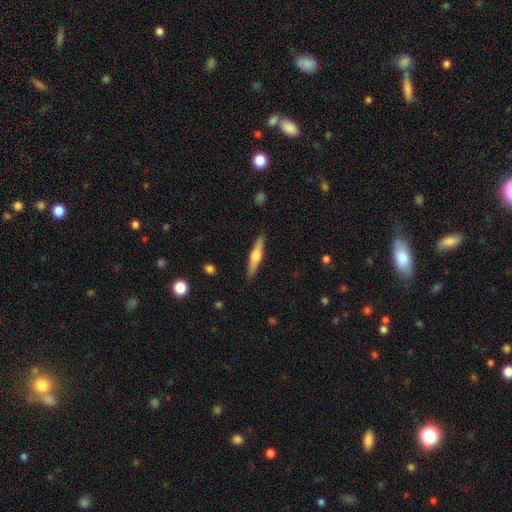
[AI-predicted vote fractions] A featured or disk galaxy (61%) viewed edge-on (97%) with a rounded central bulge (91%). Merging: none (90%).